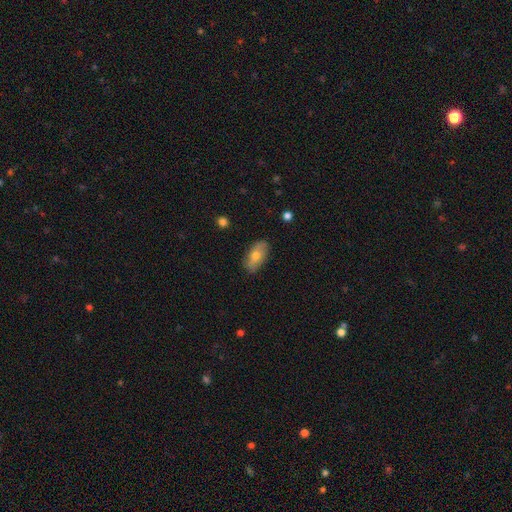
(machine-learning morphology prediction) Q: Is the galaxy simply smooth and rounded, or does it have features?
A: smooth — 60%.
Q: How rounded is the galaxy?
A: in between — 88%.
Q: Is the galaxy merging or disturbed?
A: none — 85%.